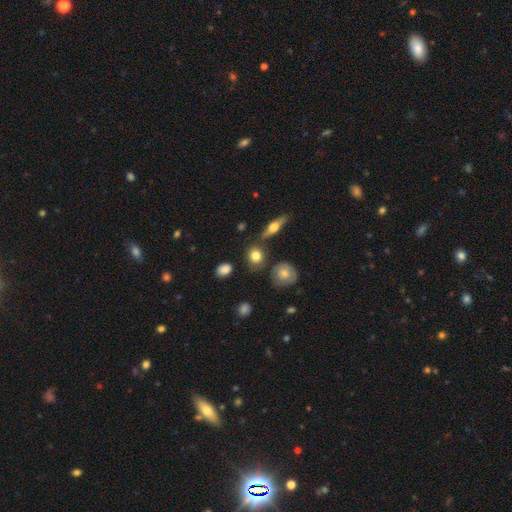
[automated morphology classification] A smooth galaxy with no disk features (77%) that is round (71%). Merging: none (77%).